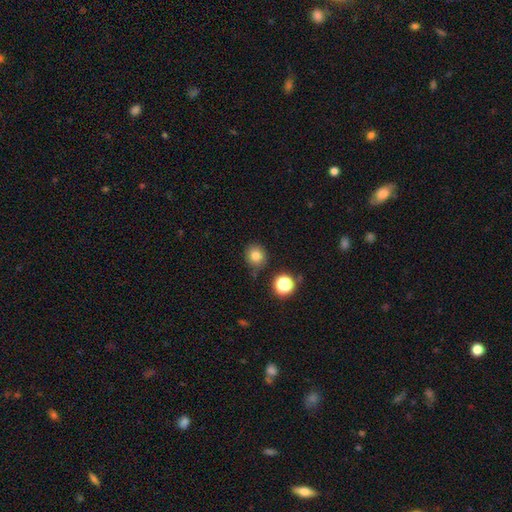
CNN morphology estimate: Smooth or featured? smooth (79%)
How rounded? round (86%)
Merging? none (82%)